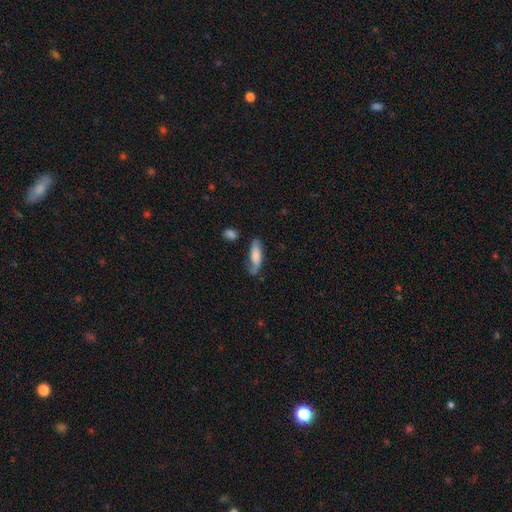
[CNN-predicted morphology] A smooth galaxy with no disk features (58%) that is in between round and cigar-shaped (58%).

Vote fractions:
- Smooth or featured? smooth: 58% / featured or disk: 34% / star or artifact: 7%
- How rounded? in between: 58% / cigar-shaped: 39% / round: 3%
- Merging? none: 57% / minor disturbance: 27% / major disturbance: 12% / merger: 5%